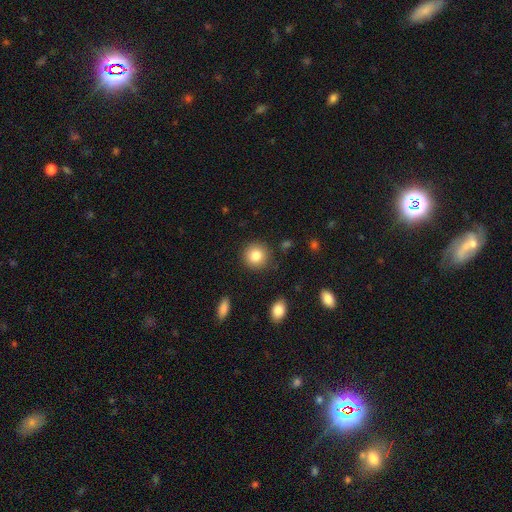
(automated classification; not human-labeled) Smooth or featured?
  - smooth: 83% *
  - star or artifact: 9%
  - featured or disk: 8%
How rounded?
  - round: 92% *
  - in between: 7%
  - cigar-shaped: 1%
Merging?
  - none: 88% *
  - minor disturbance: 8%
  - major disturbance: 2%
  - merger: 2%